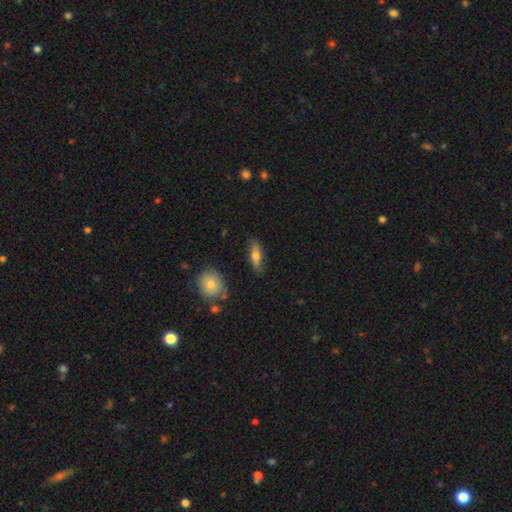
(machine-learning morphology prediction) smooth-or-featured: smooth: 61% | featured or disk: 32% | star or artifact: 7%
  how-rounded: in between: 53% | cigar-shaped: 43% | round: 4%
  merging: none: 82% | minor disturbance: 13% | major disturbance: 3% | merger: 2%